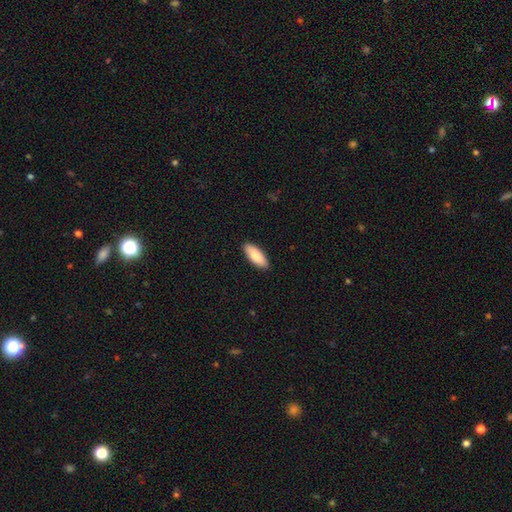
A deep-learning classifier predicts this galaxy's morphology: A smooth galaxy with no disk features (87%) that is in between round and cigar-shaped (76%).

Vote fractions:
- Smooth or featured? smooth: 87% / featured or disk: 7% / star or artifact: 5%
- How rounded? in between: 76% / cigar-shaped: 23% / round: 2%
- Merging? none: 90% / minor disturbance: 8% / major disturbance: 2% / merger: 1%